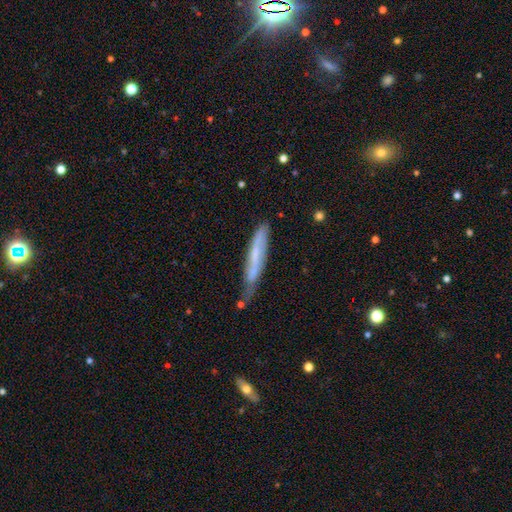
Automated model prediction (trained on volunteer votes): A featured or disk galaxy (49%). Merging: none (46%).